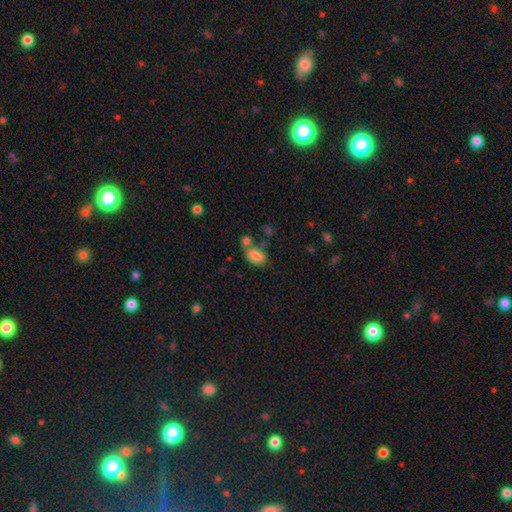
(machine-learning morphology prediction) A smooth galaxy with no disk features (84%) that is in between round and cigar-shaped (89%).

Vote fractions:
- Smooth or featured? smooth: 84% / star or artifact: 8% / featured or disk: 7%
- How rounded? in between: 89% / round: 9% / cigar-shaped: 1%
- Merging? none: 58% / merger: 22% / minor disturbance: 15% / major disturbance: 5%